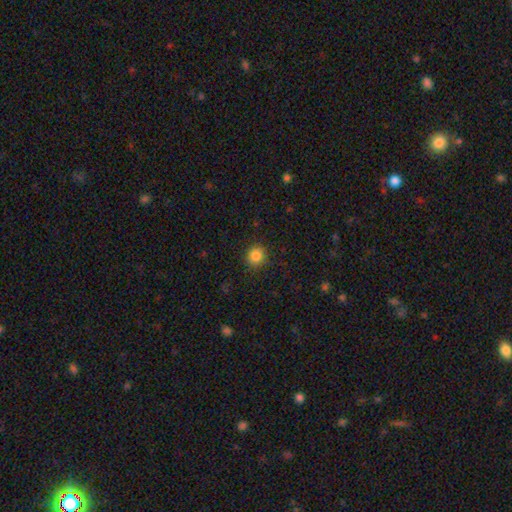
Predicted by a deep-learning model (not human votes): A smooth galaxy with no disk features (85%) that is round (89%). Merging: none (90%).